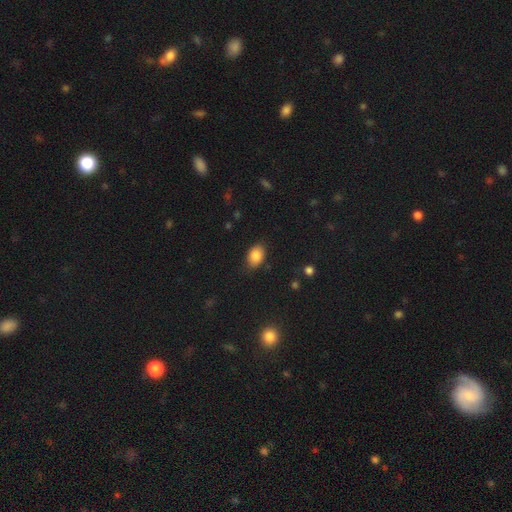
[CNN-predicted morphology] smooth-or-featured: smooth: 85% | star or artifact: 9% | featured or disk: 6%
  how-rounded: in between: 82% | round: 17% | cigar-shaped: 1%
  merging: none: 80% | minor disturbance: 15% | major disturbance: 3% | merger: 1%